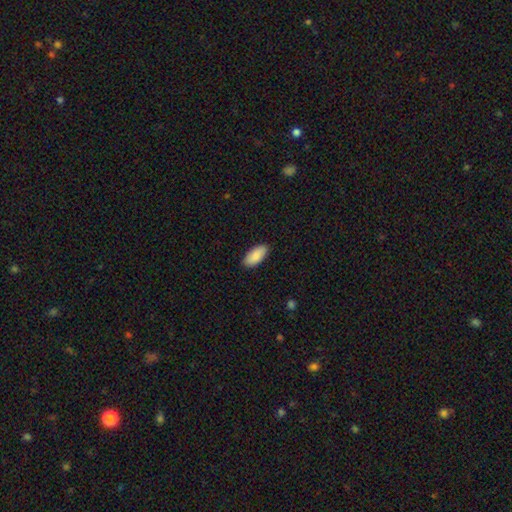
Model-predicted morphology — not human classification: Q: Smooth or featured?
A: smooth (90%); runner-up: star or artifact (6%)
Q: How rounded?
A: in between (92%); runner-up: cigar-shaped (6%)
Q: Merging?
A: none (89%); runner-up: minor disturbance (8%)